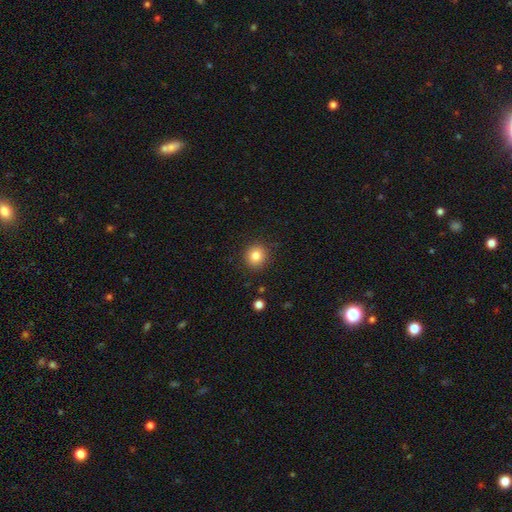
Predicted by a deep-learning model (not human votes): Morphology: type=smooth (82%); roundness=round (86%); merging=none (89%).